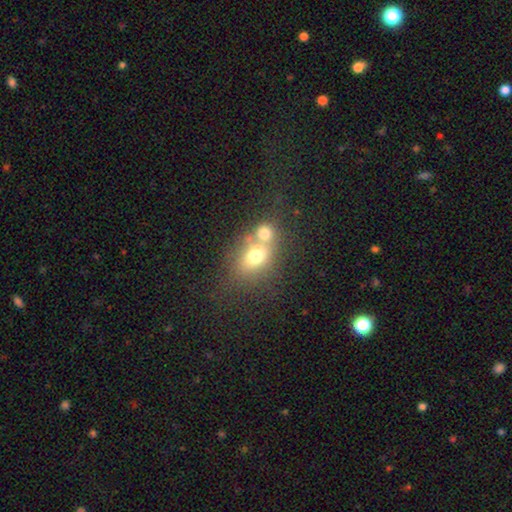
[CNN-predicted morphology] Smooth or featured?
  - smooth: 68% *
  - featured or disk: 20%
  - star or artifact: 13%
How rounded?
  - in between: 53% *
  - round: 45%
  - cigar-shaped: 2%
Merging?
  - merger: 56% *
  - none: 30%
  - minor disturbance: 8%
  - major disturbance: 5%